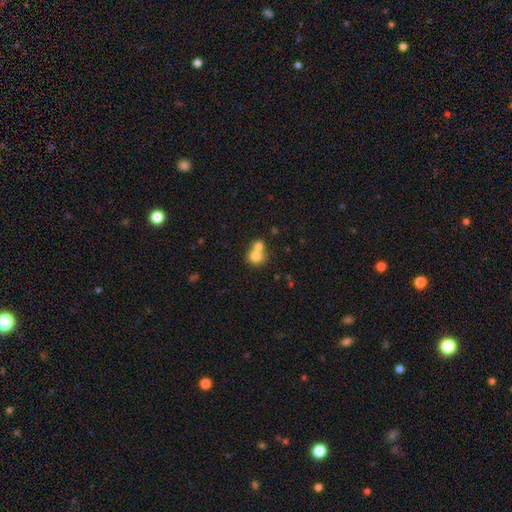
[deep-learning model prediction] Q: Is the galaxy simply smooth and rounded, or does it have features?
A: smooth — 77%.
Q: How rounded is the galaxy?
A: round — 78%.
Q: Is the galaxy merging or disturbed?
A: merger — 59%.